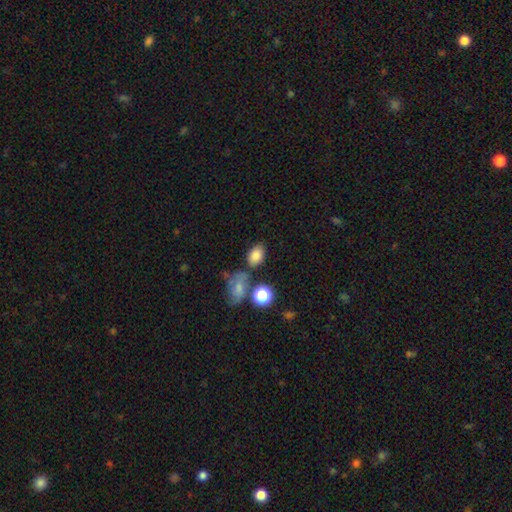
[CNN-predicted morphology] smooth 81%, star or artifact 10%, featured or disk 9%. Down the decision tree: how rounded — in between (82%); merging — none (70%).